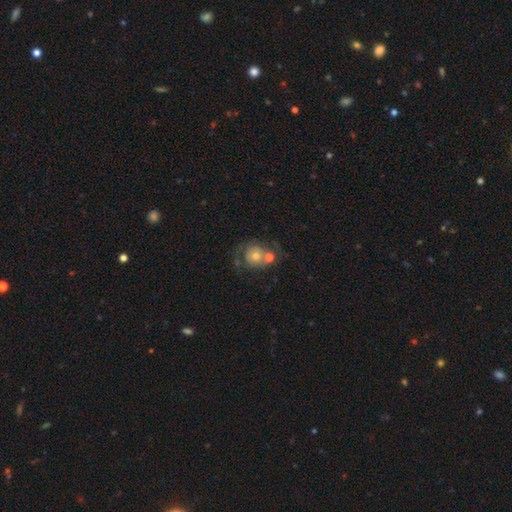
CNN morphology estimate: smooth-or-featured: featured or disk: 52% | smooth: 36% | star or artifact: 12%
  disk-edge-on: no: 97% | yes: 3%
    bar: no: 85% | weak: 13% | strong: 3%
    has-spiral-arms: yes: 64% | no: 36%
    bulge-size: moderate: 52% | small: 35% | large: 7% | none: 4% | dominant: 2%
  merging: none: 42% | merger: 27% | minor disturbance: 16% | major disturbance: 15%